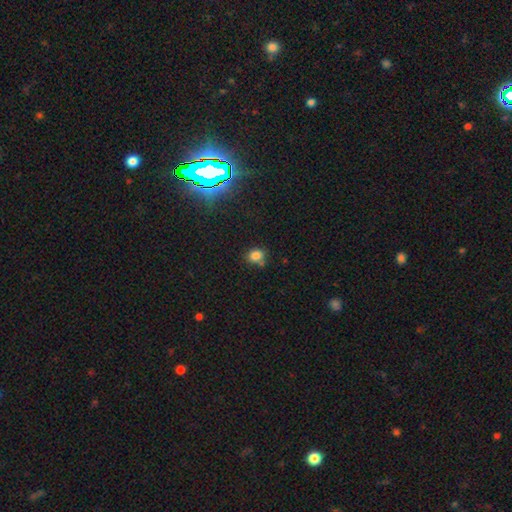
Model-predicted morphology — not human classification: smooth_or_featured: smooth (p=0.80) [alt: star or artifact p=0.14]
how_rounded: round (p=0.66) [alt: in between p=0.33]
merging: none (p=0.66) [alt: minor disturbance p=0.16]